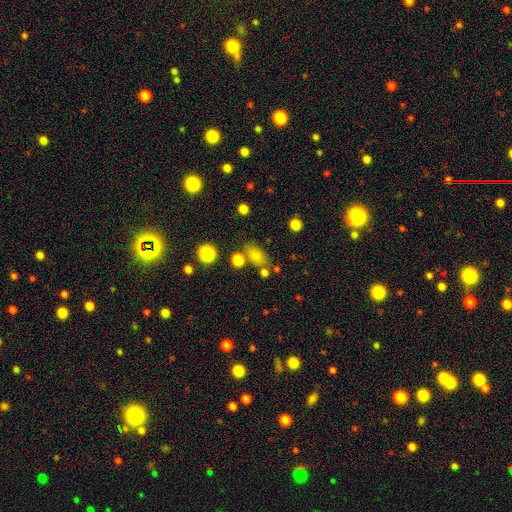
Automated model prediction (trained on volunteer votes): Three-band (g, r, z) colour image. It shows a smooth galaxy with no disk features (78%) that is in between round and cigar-shaped (77%). Merging: none (67%).